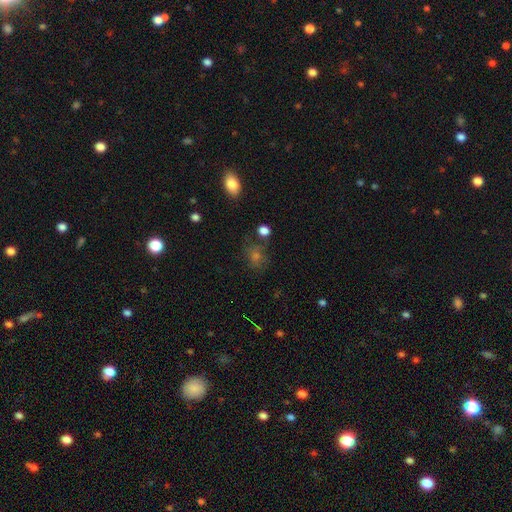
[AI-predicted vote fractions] The model was most divided on "smooth or featured": smooth: 54%, star or artifact: 29%, featured or disk: 17%. More confident: merging — none (73%); how rounded — round (63%).